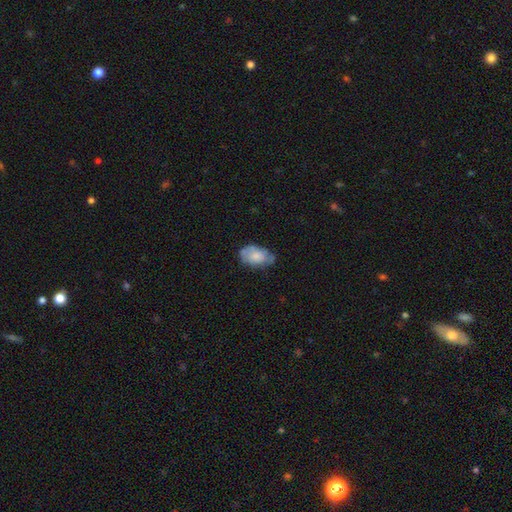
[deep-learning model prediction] Smooth or featured? smooth (69%)
How rounded? in between (92%)
Merging? none (55%)